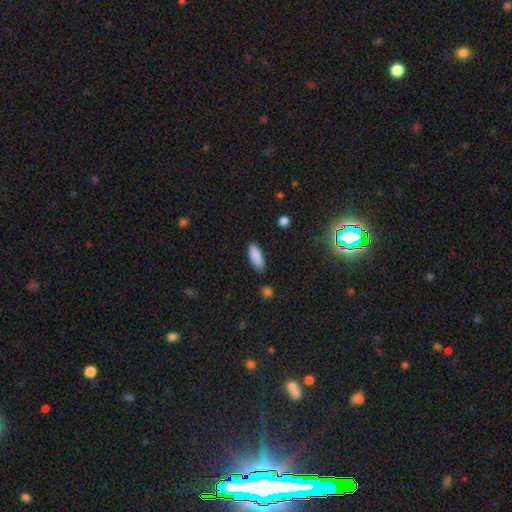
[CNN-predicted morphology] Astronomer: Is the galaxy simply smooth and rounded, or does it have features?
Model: smooth — 88%.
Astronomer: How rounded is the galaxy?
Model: in between — 74%.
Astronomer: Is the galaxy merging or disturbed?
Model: none — 82%.